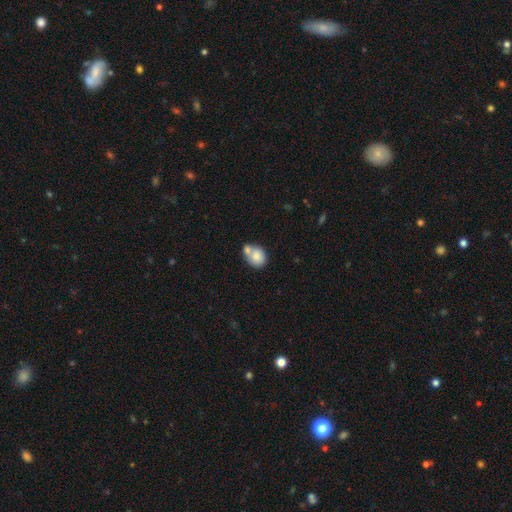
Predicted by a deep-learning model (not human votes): Smooth or featured? Predicted: smooth (p=0.77). How rounded? Predicted: round (p=0.59). Merging? Predicted: merger (p=0.49).